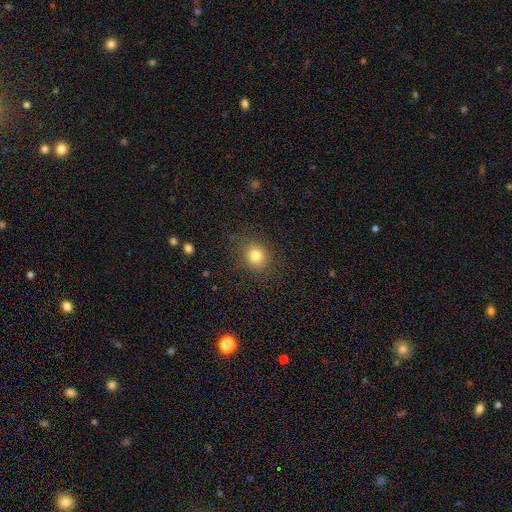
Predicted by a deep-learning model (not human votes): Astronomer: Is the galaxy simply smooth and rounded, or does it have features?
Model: smooth — 80%.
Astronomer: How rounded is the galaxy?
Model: round — 77%.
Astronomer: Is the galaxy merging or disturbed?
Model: none — 85%.